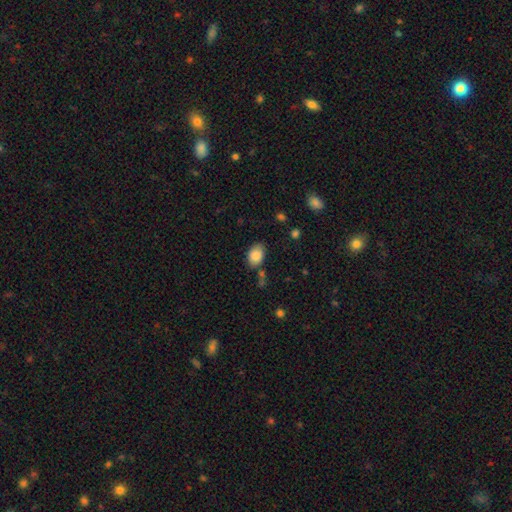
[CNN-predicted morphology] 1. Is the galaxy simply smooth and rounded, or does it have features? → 86% smooth, 8% star or artifact, 6% featured or disk.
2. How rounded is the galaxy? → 84% in between, 15% round, 1% cigar-shaped.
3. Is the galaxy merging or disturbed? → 71% none, 19% minor disturbance, 5% merger, 5% major disturbance.